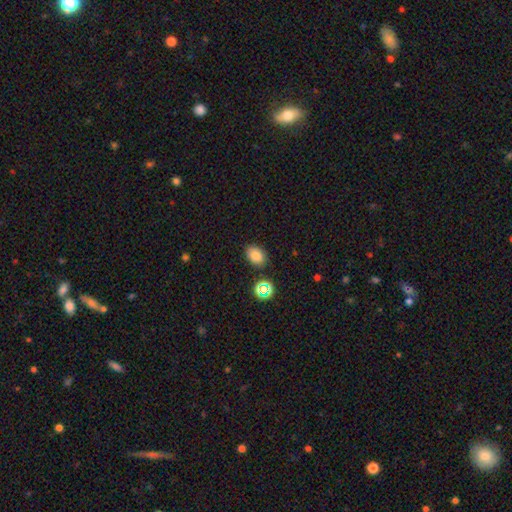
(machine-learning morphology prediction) Smooth or featured: smooth — 79% (star or artifact — 14%)
How rounded: in between — 77% (round — 22%)
Merging: none — 84% (minor disturbance — 10%)